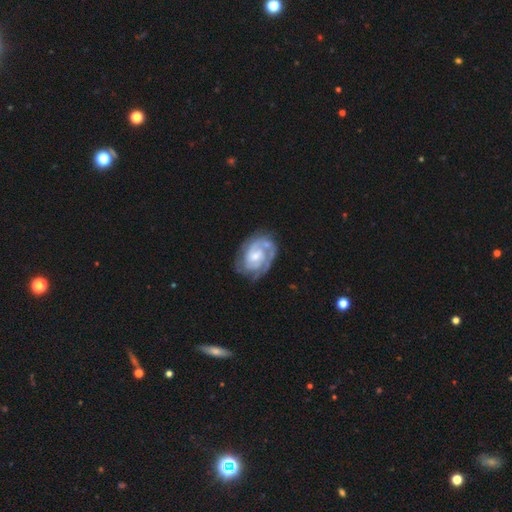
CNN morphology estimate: smooth-or-featured: featured or disk: 84% | smooth: 11% | star or artifact: 5%
  disk-edge-on: no: 98% | yes: 2%
    bar: no: 55% | weak: 38% | strong: 8%
    has-spiral-arms: yes: 94% | no: 6%
      spiral-winding: tight: 63% | medium: 30% | loose: 7%
      spiral-arm-count: 2: 46% | can't tell: 23% | 3: 16% | 1: 8% | 4: 4% | more than 4: 3%
    bulge-size: moderate: 44% (tied) | small: 44% (tied) | large: 6% | none: 5% | dominant: 1%
  merging: none: 67% | minor disturbance: 21% | major disturbance: 10% | merger: 3%